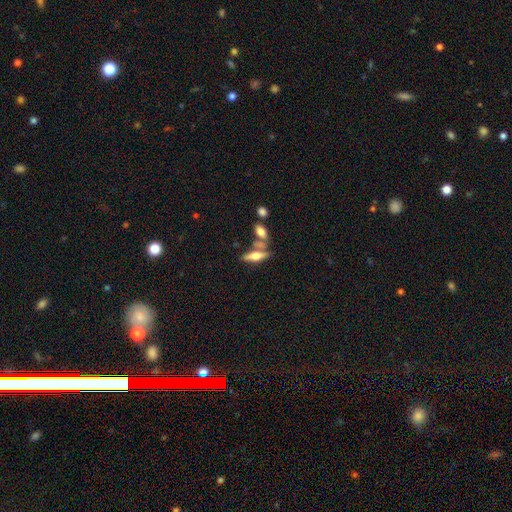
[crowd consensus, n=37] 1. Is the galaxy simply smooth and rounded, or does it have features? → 49% smooth (tied), 49% featured or disk (tied), 3% star or artifact.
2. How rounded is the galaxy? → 67% in between, 33% cigar-shaped, 0% round.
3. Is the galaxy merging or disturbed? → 56% none, 22% merger, 19% minor disturbance, 3% major disturbance.